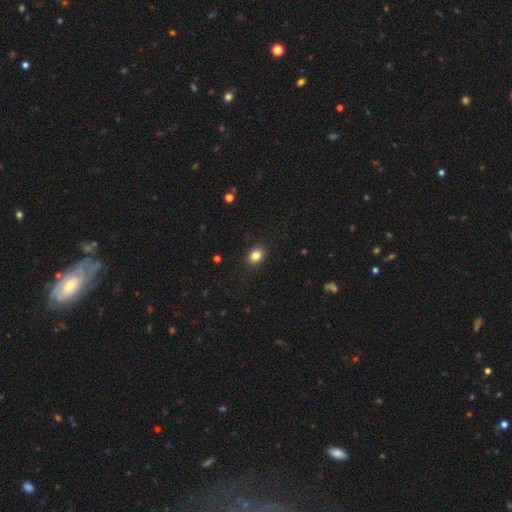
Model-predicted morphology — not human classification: smooth_or_featured: smooth (p=0.84) [alt: star or artifact p=0.10]
how_rounded: in between (p=0.55) [alt: round p=0.44]
merging: none (p=0.89) [alt: minor disturbance p=0.08]